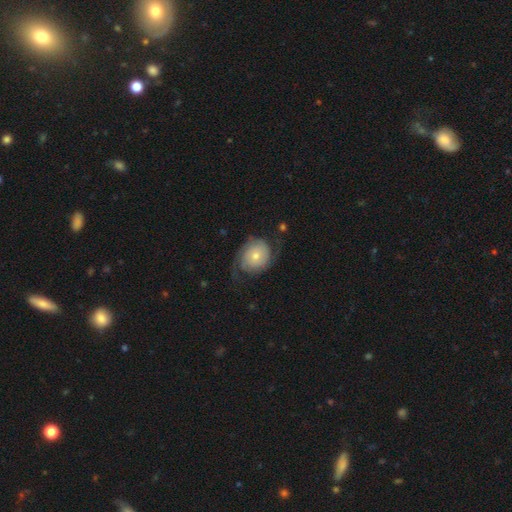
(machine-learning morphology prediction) Smooth or featured? Predicted: featured or disk (p=0.56). Edge-on disk? Predicted: no (p=0.97). Bar? Predicted: no (p=0.81). Spiral arms? Predicted: yes (p=0.83). Bulge size? Predicted: small (p=0.53). Merging? Predicted: none (p=0.55).